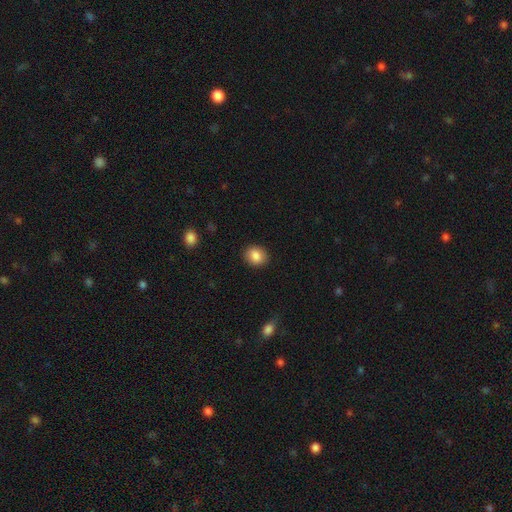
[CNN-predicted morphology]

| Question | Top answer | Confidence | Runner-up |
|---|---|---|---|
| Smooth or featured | smooth | 87% | star or artifact (9%) |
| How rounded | round | 61% | in between (38%) |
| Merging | none | 89% | minor disturbance (8%) |